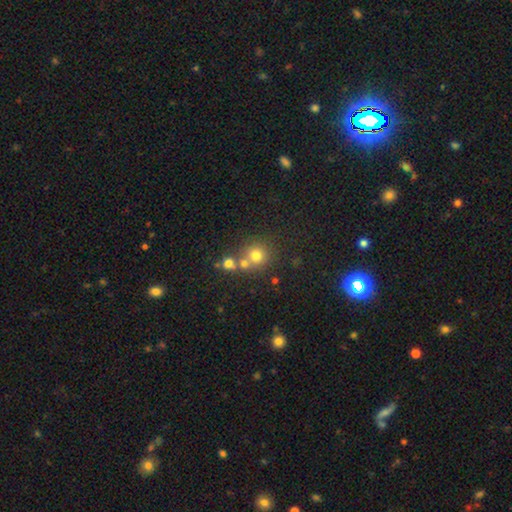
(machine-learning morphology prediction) This appears to be a smooth galaxy with no disk features (71%) that is round (89%). Merging: none (54%).